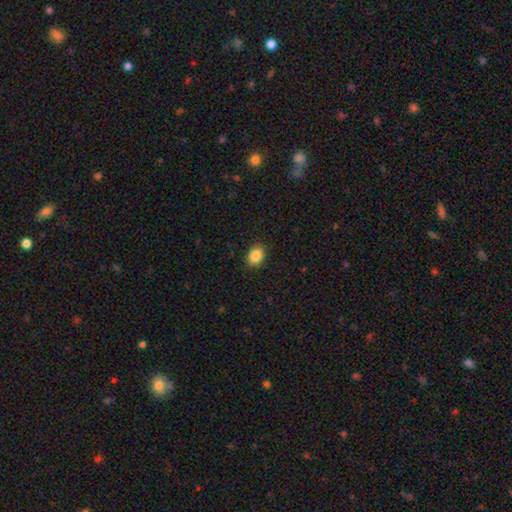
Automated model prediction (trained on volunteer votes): Morphology: type=smooth (87%); roundness=in between (65%); merging=none (90%).